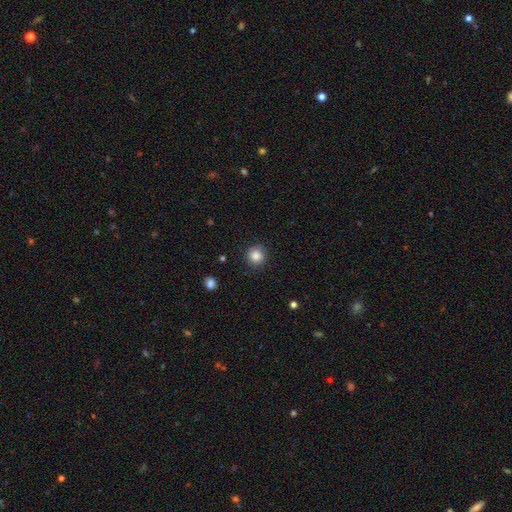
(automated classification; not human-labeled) A smooth galaxy with no disk features (85%) that is round (91%).

Vote fractions:
- Smooth or featured? smooth: 85% / star or artifact: 10% / featured or disk: 5%
- How rounded? round: 91% / in between: 8% / cigar-shaped: 1%
- Merging? none: 84% / minor disturbance: 11% / major disturbance: 3% / merger: 1%